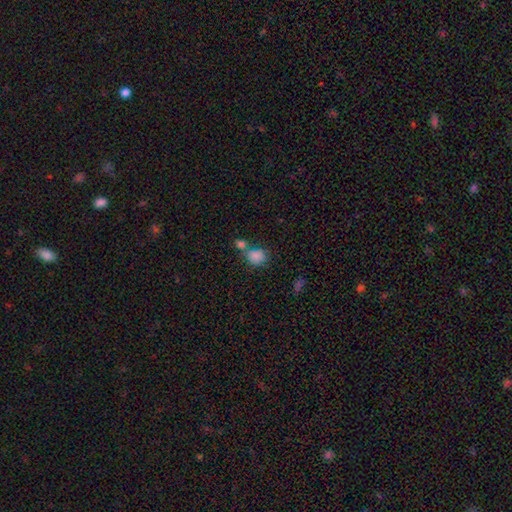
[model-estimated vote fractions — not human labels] Q: Smooth or featured?
A: smooth (84%); runner-up: star or artifact (10%)
Q: How rounded?
A: round (62%); runner-up: in between (36%)
Q: Merging?
A: none (46%); runner-up: merger (38%)